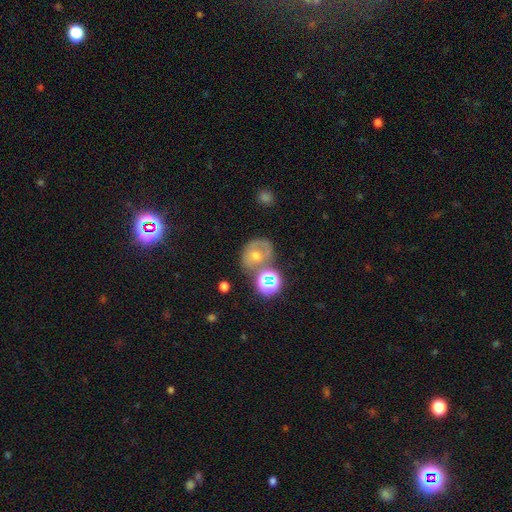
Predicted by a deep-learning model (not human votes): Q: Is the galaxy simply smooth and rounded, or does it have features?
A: smooth — 46%.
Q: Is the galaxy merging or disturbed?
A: none — 46%.